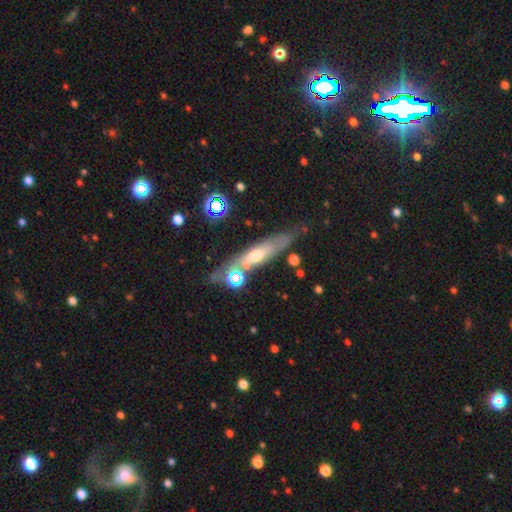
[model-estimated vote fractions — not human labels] A featured or disk galaxy (54%) viewed edge-on (55%).

Vote fractions:
- Smooth or featured? featured or disk: 54% / smooth: 35% / star or artifact: 11%
- Edge-on disk? yes: 55% / no: 45%
- Merging? none: 63% / minor disturbance: 20% / merger: 9% / major disturbance: 8%